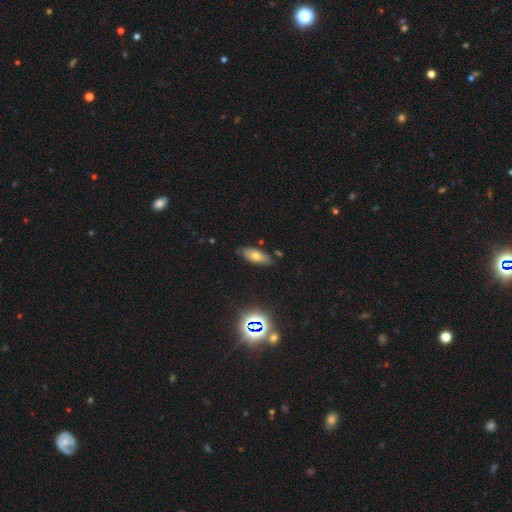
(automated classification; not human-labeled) Smooth or featured? Predicted: smooth (p=0.62). How rounded? Predicted: in between (p=0.79). Merging? Predicted: none (p=0.82).